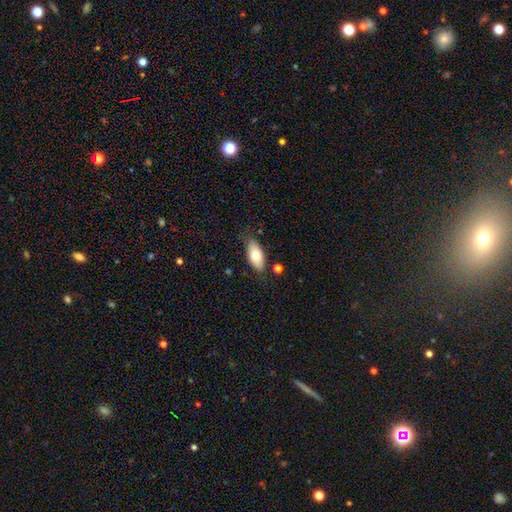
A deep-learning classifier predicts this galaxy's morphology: smooth 77%, featured or disk 17%, star or artifact 7%. Down the decision tree: how rounded — in between (90%); merging — none (80%).